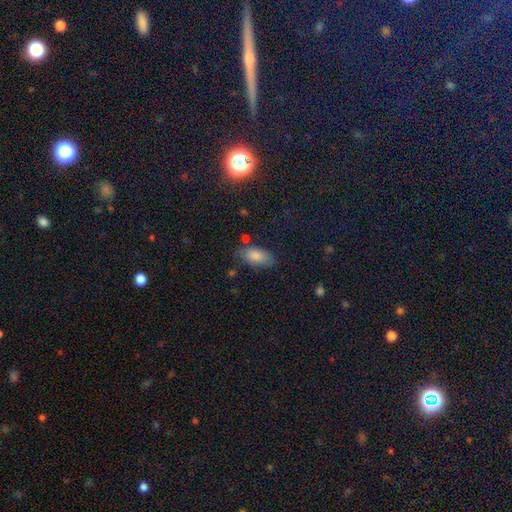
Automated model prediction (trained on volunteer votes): This is clearly a smooth galaxy (83%). How rounded: clearly in between (91%). Merging: likely none (70%).